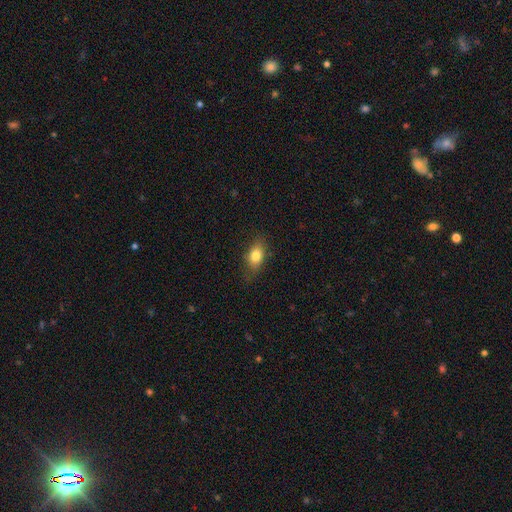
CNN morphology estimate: This appears to be a smooth galaxy with no disk features (80%) that is in between round and cigar-shaped (81%). Merging: none (75%).